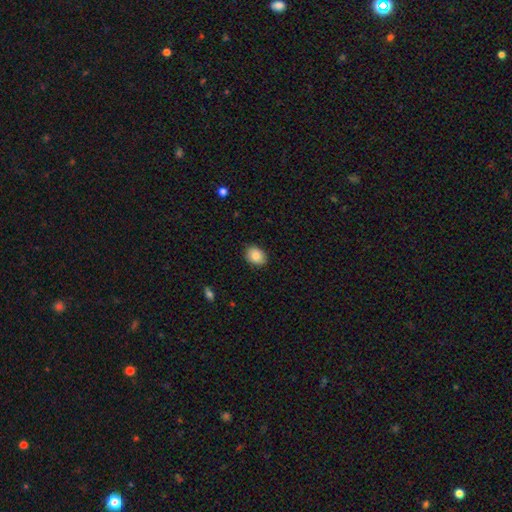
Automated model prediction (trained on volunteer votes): This appears to be a smooth galaxy with no disk features (86%) that is in between round and cigar-shaped (64%). Merging: none (87%).